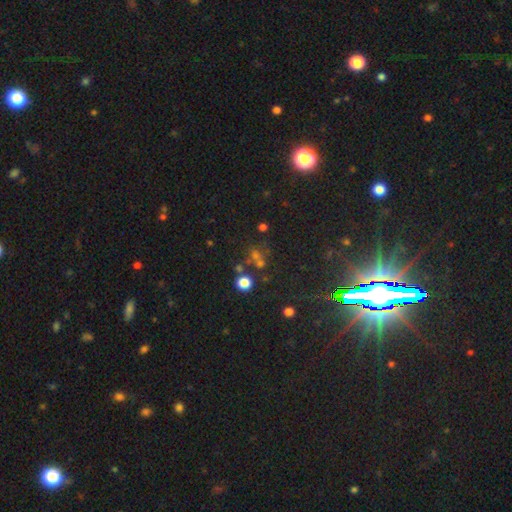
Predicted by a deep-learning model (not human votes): Q: Smooth or featured?
A: star or artifact (48%); runner-up: smooth (40%)